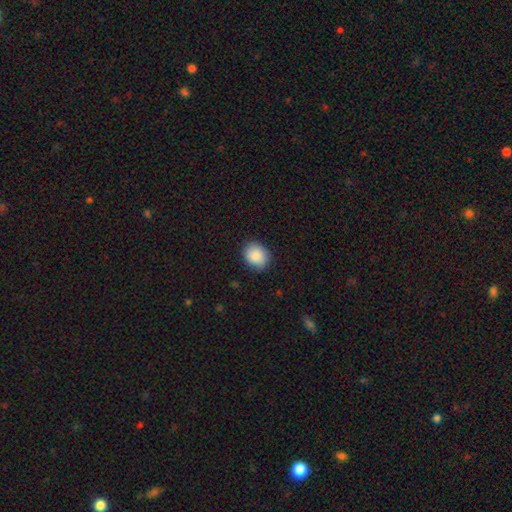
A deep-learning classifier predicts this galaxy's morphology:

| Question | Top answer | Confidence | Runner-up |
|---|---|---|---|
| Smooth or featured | smooth | 88% | star or artifact (7%) |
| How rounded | round | 55% | in between (44%) |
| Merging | none | 87% | minor disturbance (10%) |